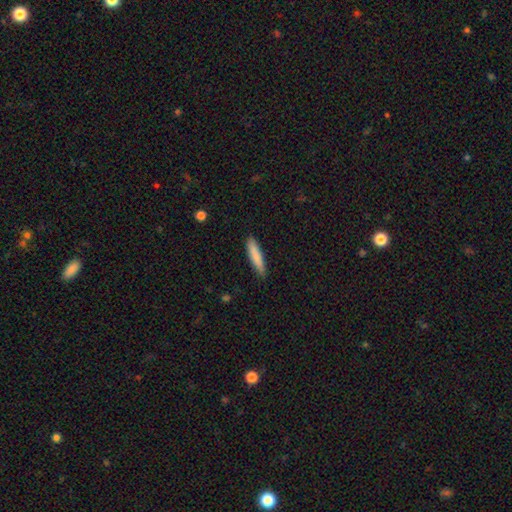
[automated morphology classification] Smooth or featured? Predicted: smooth (p=0.83). How rounded? Predicted: cigar-shaped (p=0.86). Merging? Predicted: none (p=0.87).